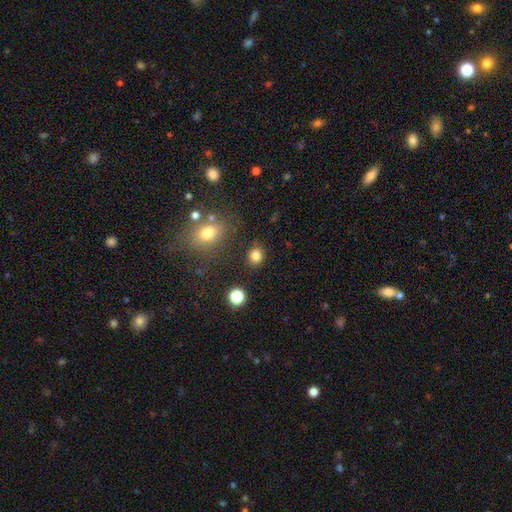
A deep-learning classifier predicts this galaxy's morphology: Q: Smooth or featured?
A: smooth (81%); runner-up: star or artifact (13%)
Q: How rounded?
A: round (70%); runner-up: in between (29%)
Q: Merging?
A: none (85%); runner-up: minor disturbance (9%)